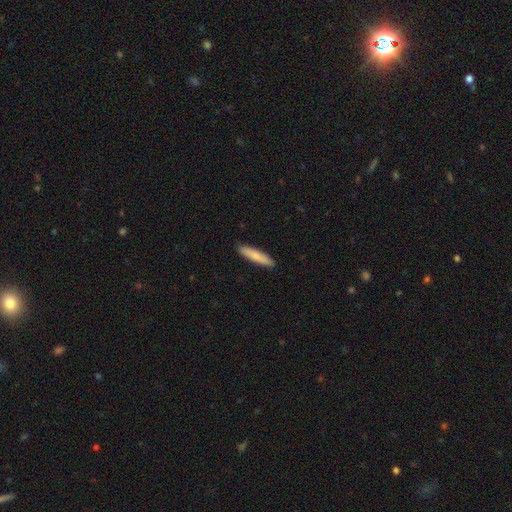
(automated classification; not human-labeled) Overall: smooth (79%). How rounded: cigar-shaped (87%). Merging: none (91%).